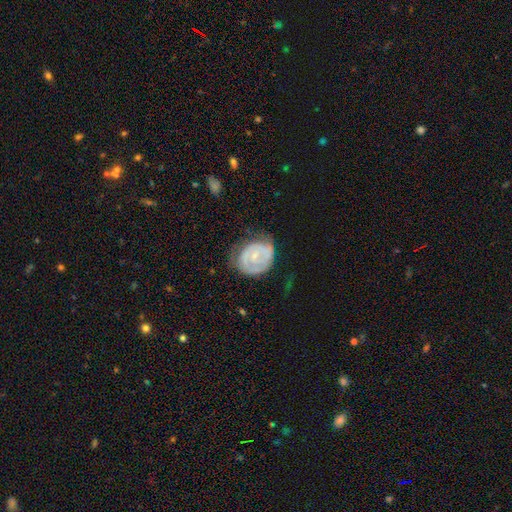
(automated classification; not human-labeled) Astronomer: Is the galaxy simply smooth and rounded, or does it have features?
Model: featured or disk — 61%.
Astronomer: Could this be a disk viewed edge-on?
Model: no — 97%.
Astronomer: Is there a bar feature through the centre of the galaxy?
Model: no — 64%.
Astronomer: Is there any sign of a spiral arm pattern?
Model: yes — 61% (runner-up: no, 39%).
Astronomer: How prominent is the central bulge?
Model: small — 66%.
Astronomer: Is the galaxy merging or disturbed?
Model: none — 49% (runner-up: minor disturbance, 32%).